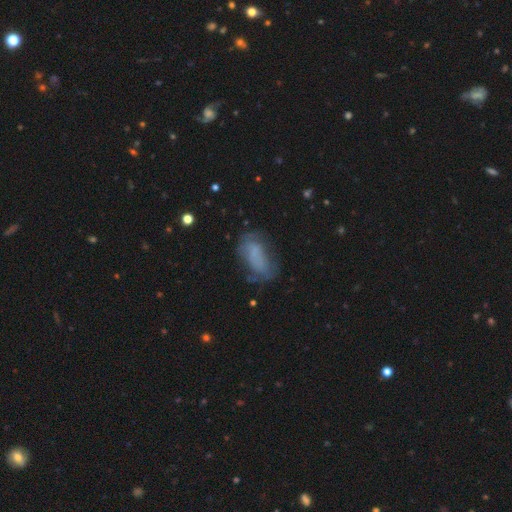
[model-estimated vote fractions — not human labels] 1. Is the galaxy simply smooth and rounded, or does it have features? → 57% smooth, 30% featured or disk, 13% star or artifact.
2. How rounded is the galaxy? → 88% in between, 8% cigar-shaped, 5% round.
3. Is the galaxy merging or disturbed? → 49% none, 28% minor disturbance, 20% major disturbance, 3% merger.